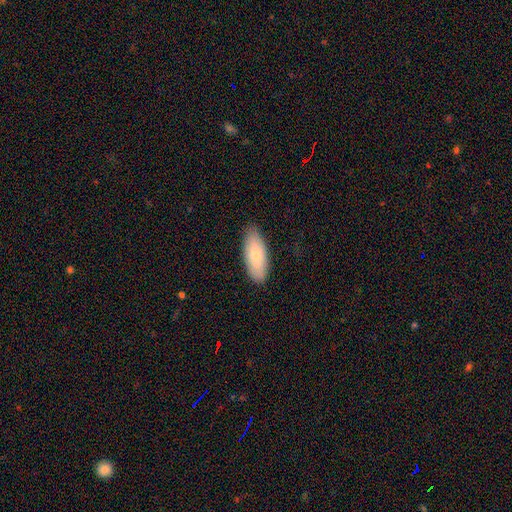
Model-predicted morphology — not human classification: This appears to be a smooth galaxy with no disk features (80%) that is in between round and cigar-shaped (78%). Merging: none (86%).